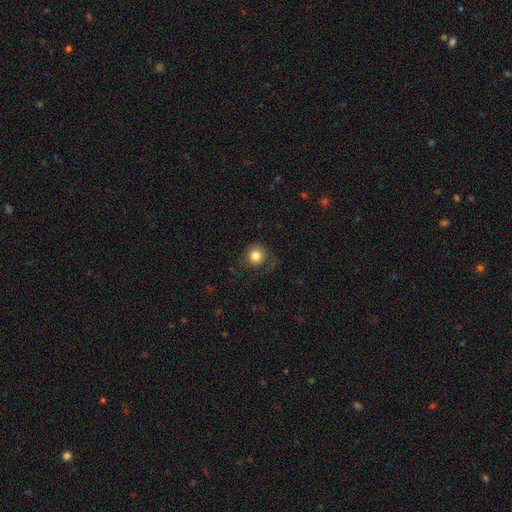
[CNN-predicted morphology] smooth 82%, star or artifact 10%, featured or disk 8%. Down the decision tree: how rounded — round (91%); merging — none (71%).